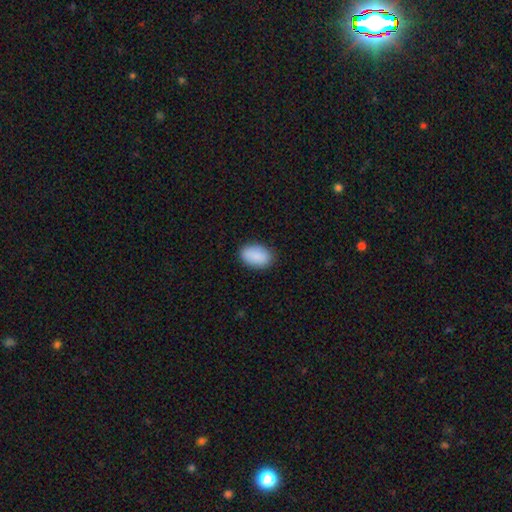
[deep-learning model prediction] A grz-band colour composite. It shows a smooth galaxy with no disk features (90%) that is in between round and cigar-shaped (91%). Merging: none (86%).